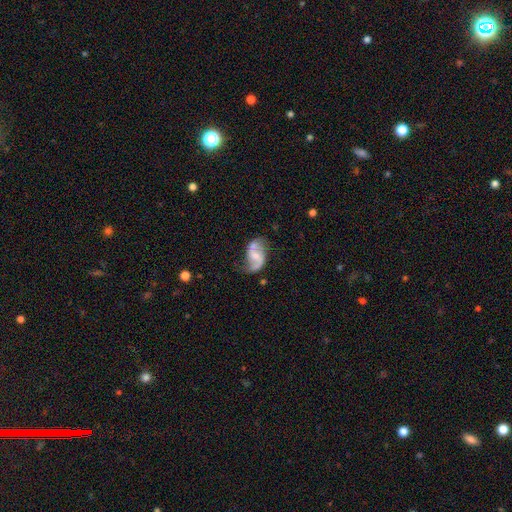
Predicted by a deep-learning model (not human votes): smooth-or-featured: featured or disk: 83% | smooth: 12% | star or artifact: 5%
  disk-edge-on: no: 98% | yes: 2%
    bar: weak: 47% | no: 33% | strong: 19%
    has-spiral-arms: yes: 94% | no: 6%
      spiral-winding: loose: 62% | medium: 30% | tight: 8%
      spiral-arm-count: 2: 91% | 1: 3% | can't tell: 3% | 3: 1% | 4: 1% | more than 4: 1%
    bulge-size: small: 46% | moderate: 37% | none: 13% | large: 3% | dominant: 1%
  merging: none: 64% | minor disturbance: 23% | major disturbance: 10% | merger: 3%